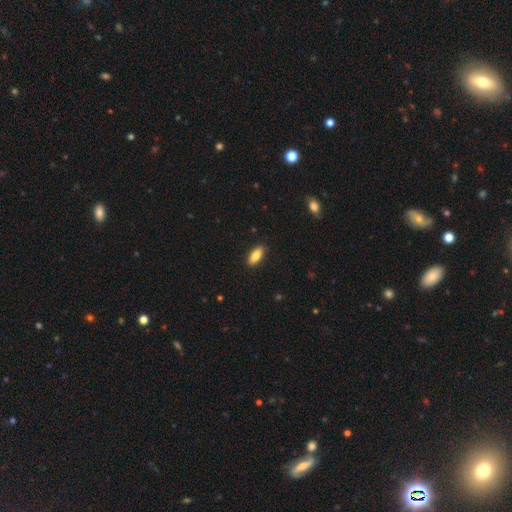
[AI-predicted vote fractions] The model was most divided on "how rounded": in between: 82%, cigar-shaped: 16%, round: 2%. More confident: merging — none (88%); smooth or featured — smooth (83%).